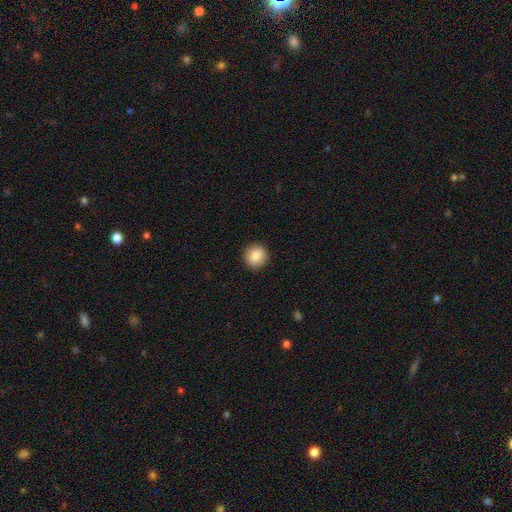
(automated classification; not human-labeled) The model was most divided on "smooth or featured": smooth: 87%, star or artifact: 8%, featured or disk: 5%. More confident: how rounded — round (93%); merging — none (92%).